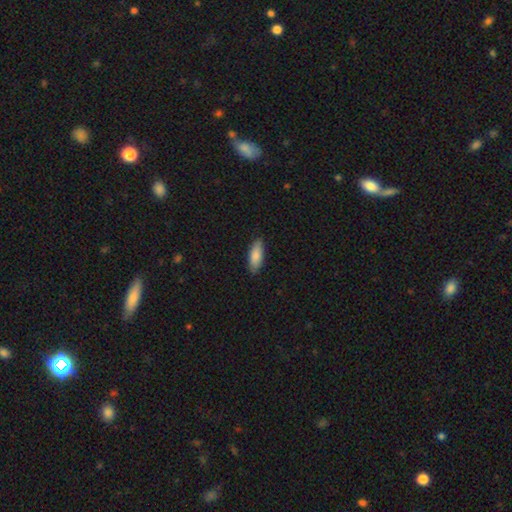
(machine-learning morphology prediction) type=smooth (86%); roundness=in between (74%); merging=none (87%).